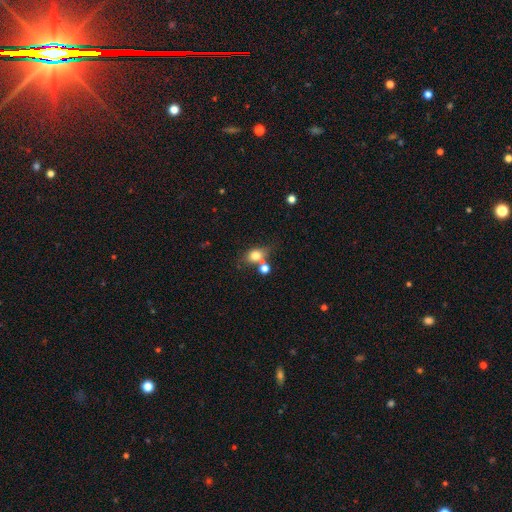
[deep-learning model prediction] Morphology: type=smooth (75%); roundness=in between (54%); merging=none (51%).